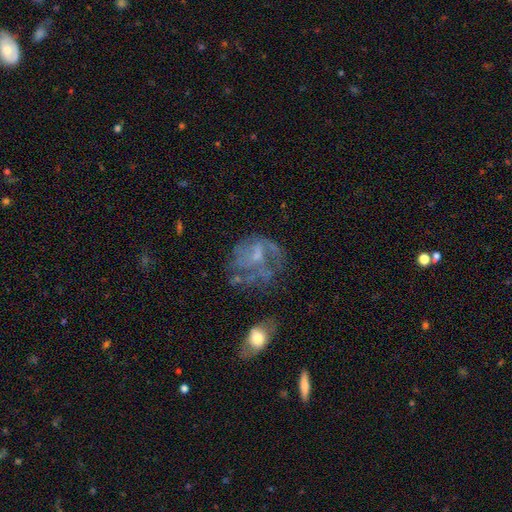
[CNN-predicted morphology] Smooth or featured? Predicted: featured or disk (p=0.64). Edge-on disk? Predicted: no (p=0.98). Bar? Predicted: no (p=0.63). Spiral arms? Predicted: yes (p=0.51). Bulge size? Predicted: small (p=0.37). Merging? Predicted: none (p=0.40).